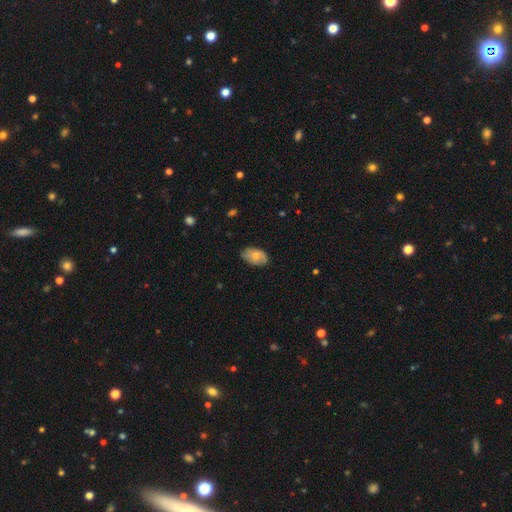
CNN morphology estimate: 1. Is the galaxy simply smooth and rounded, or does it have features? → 60% smooth, 33% featured or disk, 7% star or artifact.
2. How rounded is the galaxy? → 91% in between, 7% round, 2% cigar-shaped.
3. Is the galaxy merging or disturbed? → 72% none, 23% minor disturbance, 4% major disturbance, 1% merger.